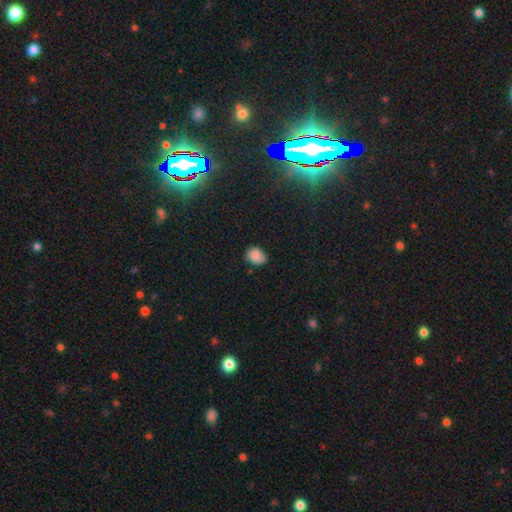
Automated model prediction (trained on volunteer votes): Smooth or featured? smooth (83%)
How rounded? round (54%)
Merging? none (66%)